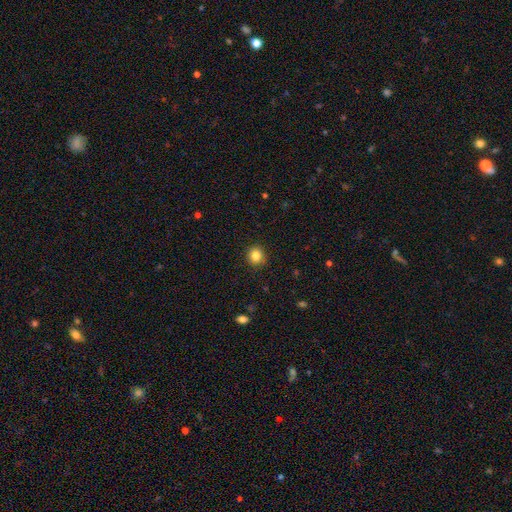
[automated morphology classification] type=smooth (84%); roundness=round (86%); merging=none (90%).